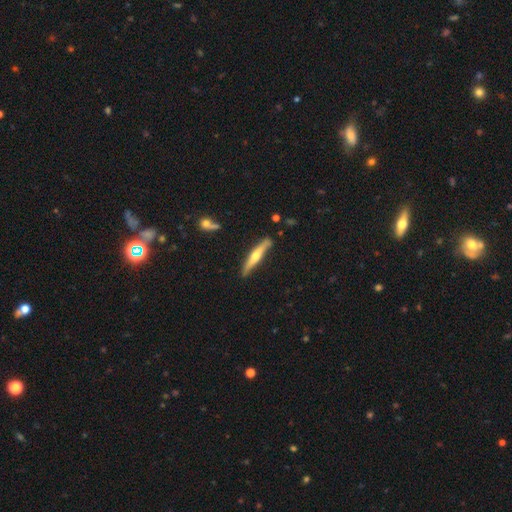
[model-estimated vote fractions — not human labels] Morphology: type=featured or disk (59%); edge-on=yes (96%); edge-on bulge=rounded (87%); merging=none (85%).